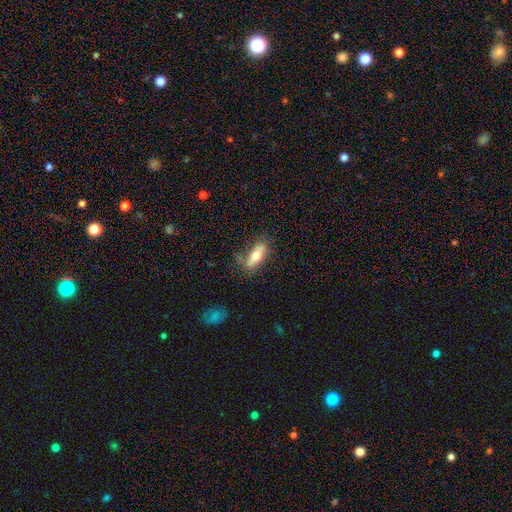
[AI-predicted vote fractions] Smooth or featured? smooth (67%)
How rounded? in between (62%)
Merging? none (67%)